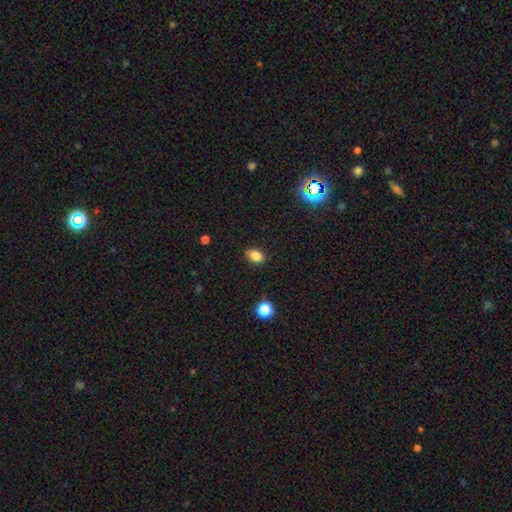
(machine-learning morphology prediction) The model was most divided on "merging": none: 81%, minor disturbance: 15%, major disturbance: 3%, merger: 1%. More confident: smooth or featured — smooth (84%); how rounded — in between (83%).